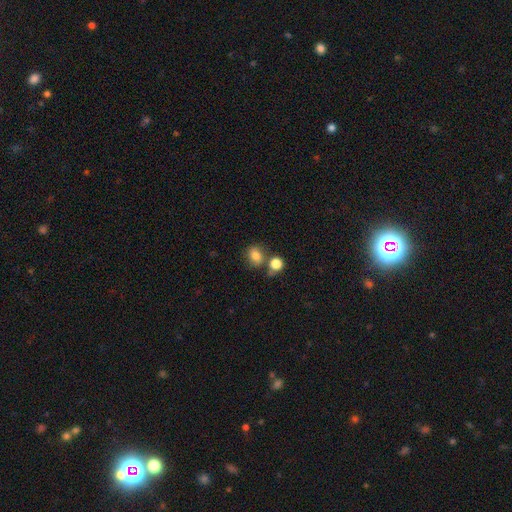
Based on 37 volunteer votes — This appears to be a smooth galaxy with no disk features (92%) that is round (65%). Merging: none (43%).